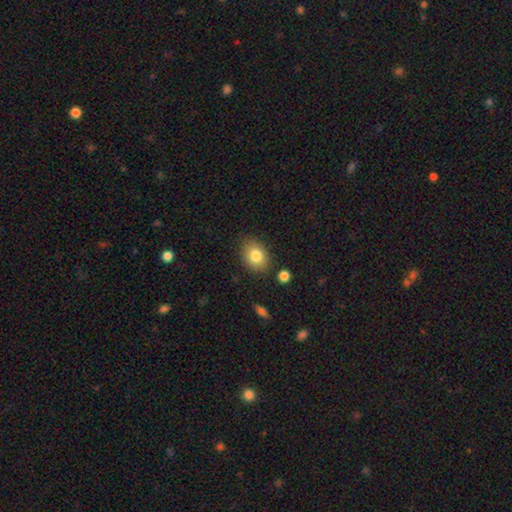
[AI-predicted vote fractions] Q: Smooth or featured?
A: smooth (82%); runner-up: featured or disk (10%)
Q: How rounded?
A: in between (64%); runner-up: round (35%)
Q: Merging?
A: none (83%); runner-up: minor disturbance (12%)